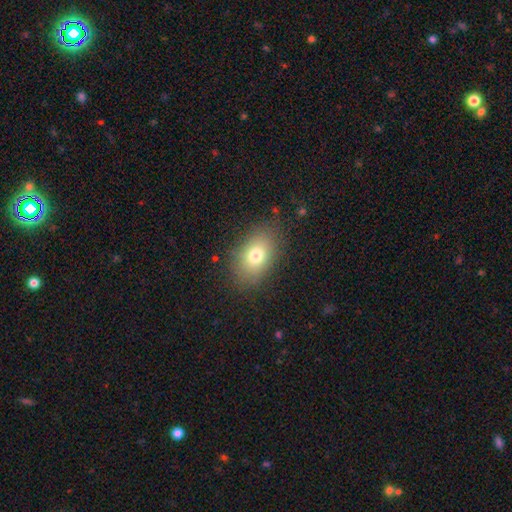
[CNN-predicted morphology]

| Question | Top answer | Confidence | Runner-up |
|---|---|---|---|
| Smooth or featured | smooth | 75% | featured or disk (13%) |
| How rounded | in between | 80% | round (18%) |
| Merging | none | 82% | minor disturbance (12%) |